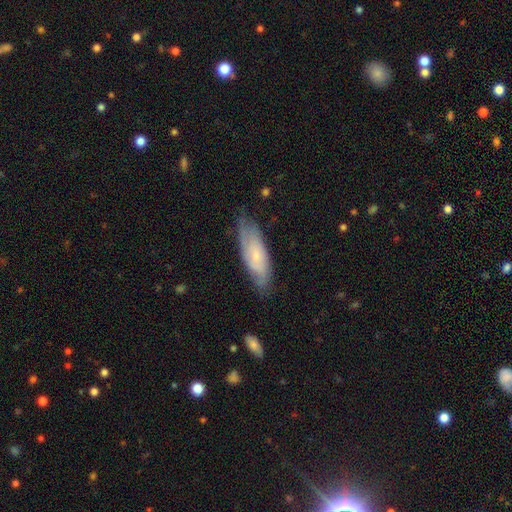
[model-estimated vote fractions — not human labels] Smooth or featured? Predicted: featured or disk (p=0.48). Merging? Predicted: none (p=0.68).